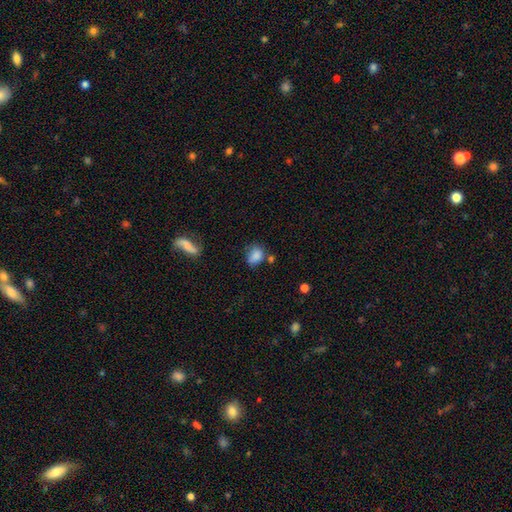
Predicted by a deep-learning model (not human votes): smooth_or_featured: smooth (p=0.82) [alt: star or artifact p=0.10]
how_rounded: in between (p=0.62) [alt: round p=0.36]
merging: none (p=0.52) [alt: minor disturbance p=0.28]